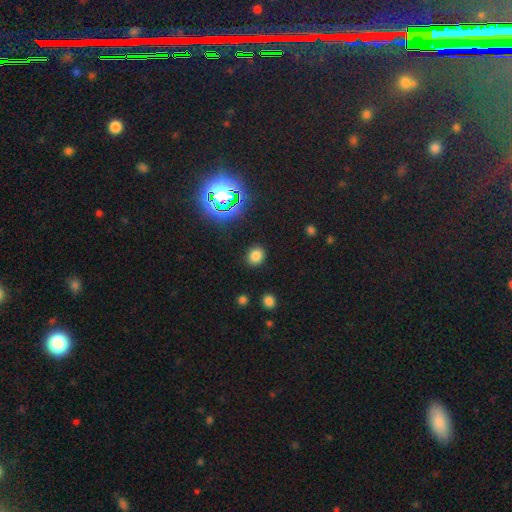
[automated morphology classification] Smooth or featured? Predicted: smooth (p=0.76). How rounded? Predicted: round (p=0.70). Merging? Predicted: none (p=0.88).